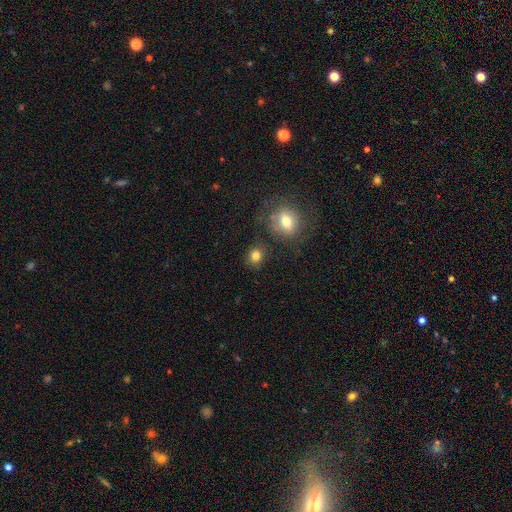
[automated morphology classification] Smooth or featured? Predicted: smooth (p=0.81). How rounded? Predicted: round (p=0.73). Merging? Predicted: none (p=0.79).